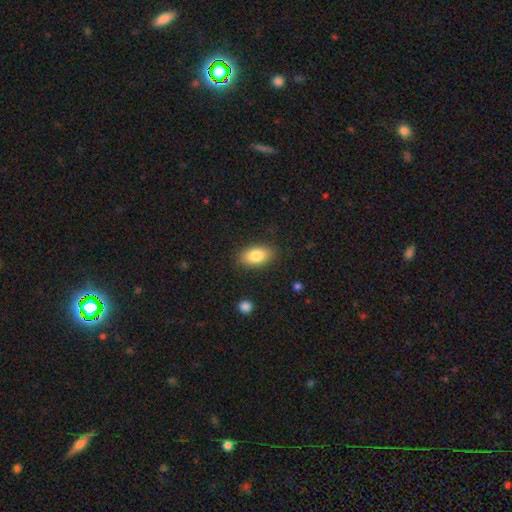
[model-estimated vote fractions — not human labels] Q: Smooth or featured?
A: smooth (83%); runner-up: featured or disk (10%)
Q: How rounded?
A: in between (91%); runner-up: round (5%)
Q: Merging?
A: none (87%); runner-up: minor disturbance (9%)